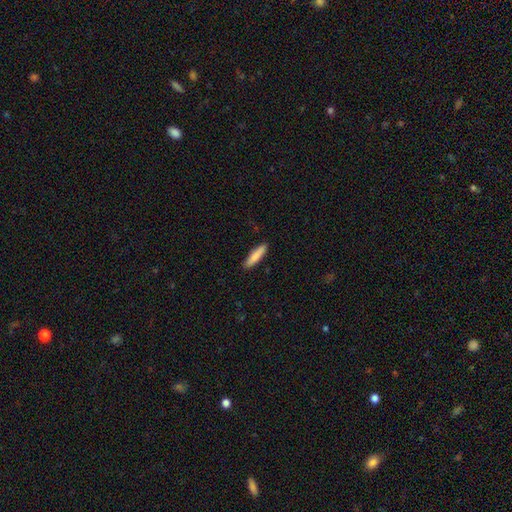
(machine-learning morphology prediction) smooth_or_featured: smooth (p=0.83) [alt: featured or disk p=0.12]
how_rounded: cigar-shaped (p=0.81) [alt: in between p=0.18]
merging: none (p=0.90) [alt: minor disturbance p=0.07]